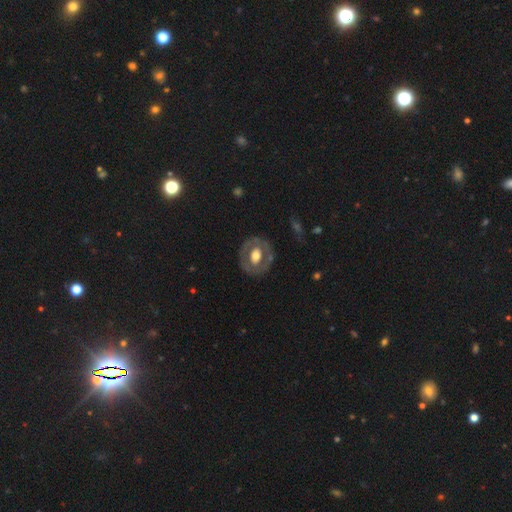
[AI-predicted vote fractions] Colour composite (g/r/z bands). It shows a featured or disk galaxy (57%) with no bar (69%), no spiral arms (86%) and a moderate central bulge (59%). Merging: none (79%).